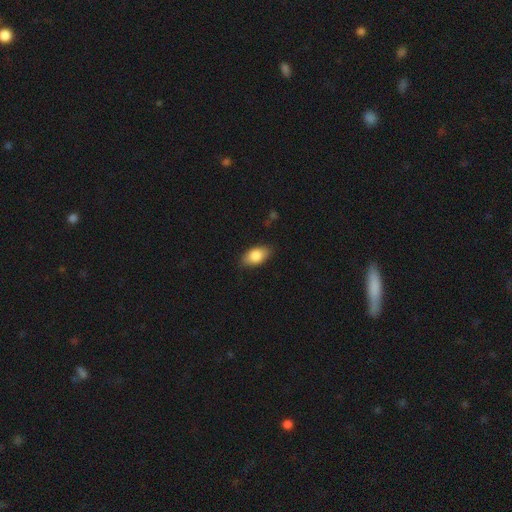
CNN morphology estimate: Smooth or featured: smooth — 85% (featured or disk — 9%)
How rounded: in between — 91% (round — 6%)
Merging: none — 83% (minor disturbance — 13%)